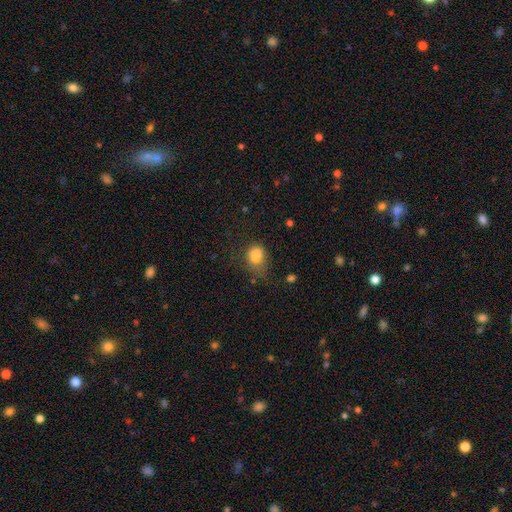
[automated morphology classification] This appears to be a smooth galaxy with no disk features (80%) that is in between round and cigar-shaped (61%). Merging: none (38%).